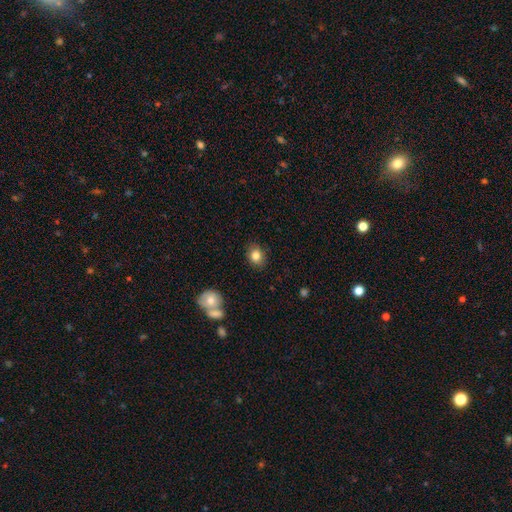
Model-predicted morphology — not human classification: Smooth or featured? Predicted: smooth (p=0.82). How rounded? Predicted: round (p=0.51). Merging? Predicted: none (p=0.85).